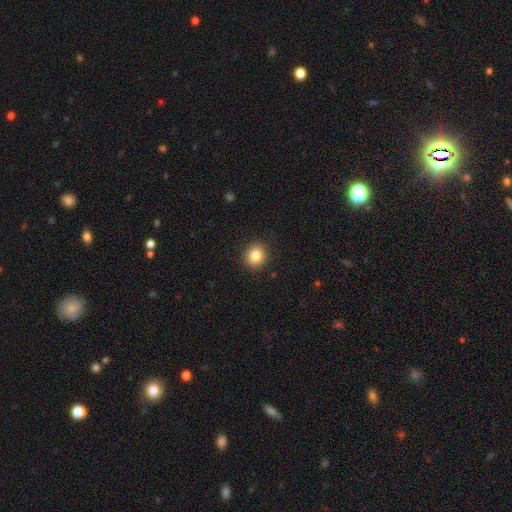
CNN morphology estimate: Q: Smooth or featured?
A: smooth (84%); runner-up: star or artifact (10%)
Q: How rounded?
A: round (79%); runner-up: in between (20%)
Q: Merging?
A: none (91%); runner-up: minor disturbance (6%)